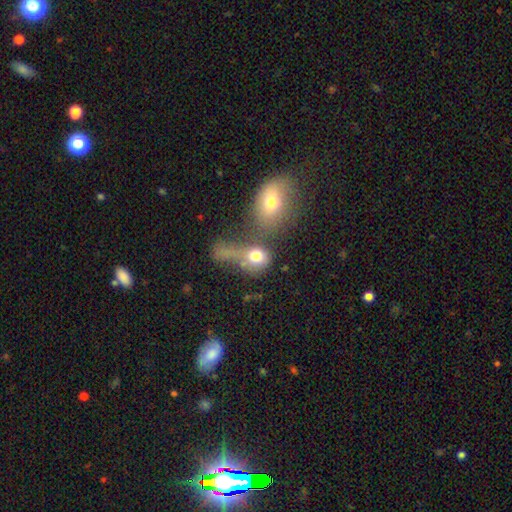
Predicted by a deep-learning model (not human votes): A smooth galaxy with no disk features (68%) that is round (57%). Merging: merger (51%).